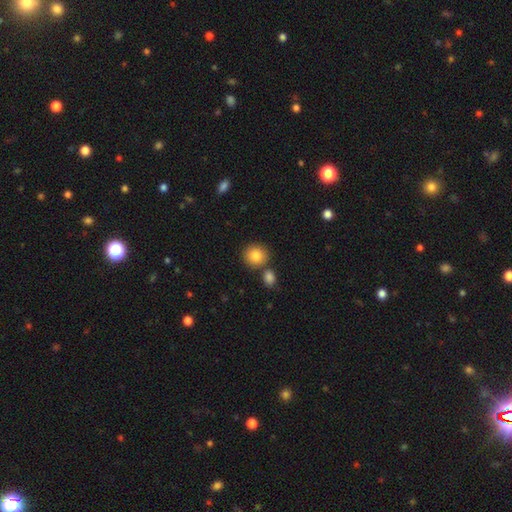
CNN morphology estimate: This appears to be a smooth galaxy with no disk features (85%) that is round (85%). Merging: none (73%).